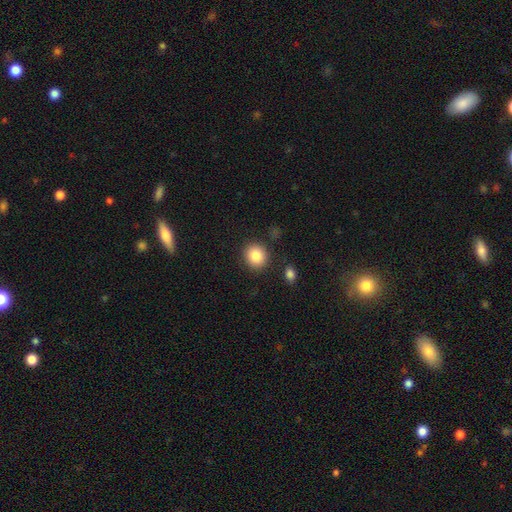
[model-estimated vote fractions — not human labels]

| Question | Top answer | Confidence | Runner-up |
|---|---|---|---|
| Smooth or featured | smooth | 85% | star or artifact (9%) |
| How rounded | round | 85% | in between (14%) |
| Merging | none | 87% | minor disturbance (8%) |